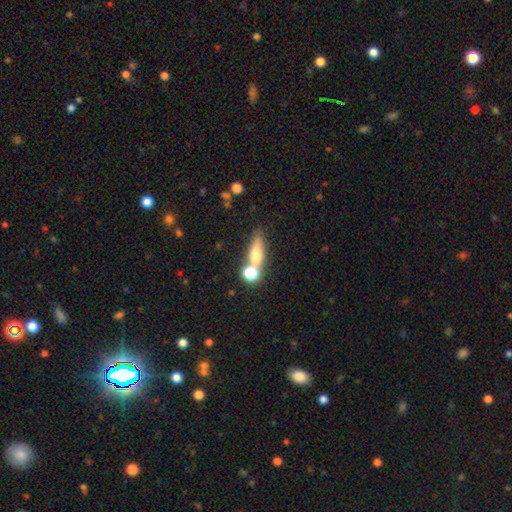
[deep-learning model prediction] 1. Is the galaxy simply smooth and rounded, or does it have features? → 60% smooth, 26% featured or disk, 14% star or artifact.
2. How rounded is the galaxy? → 42% in between, 37% cigar-shaped, 21% round.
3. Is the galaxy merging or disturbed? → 49% none, 31% merger, 13% minor disturbance, 7% major disturbance.